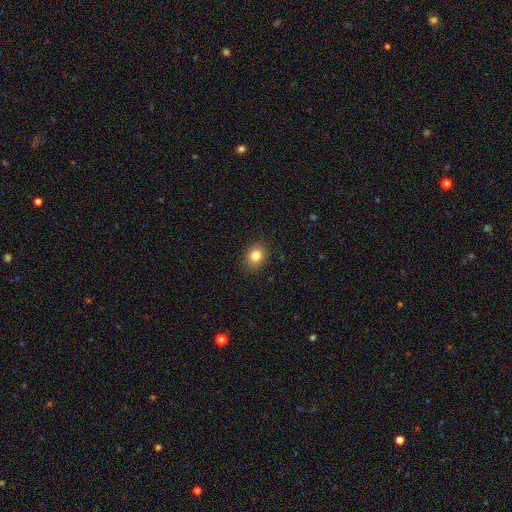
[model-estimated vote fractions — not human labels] Smooth or featured? smooth (82%)
How rounded? round (60%)
Merging? none (89%)